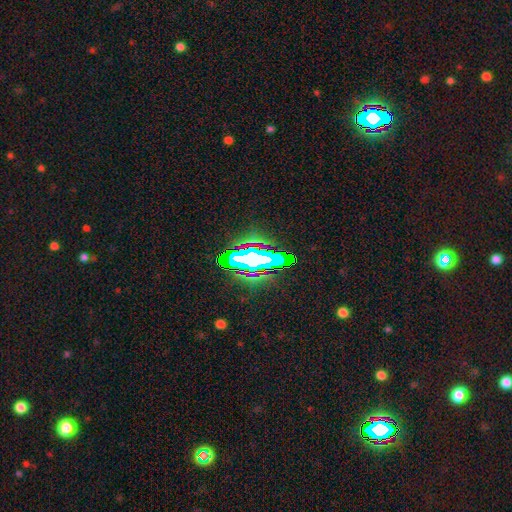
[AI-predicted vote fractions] This is possibly a star or artifact rather than a galaxy (54%).